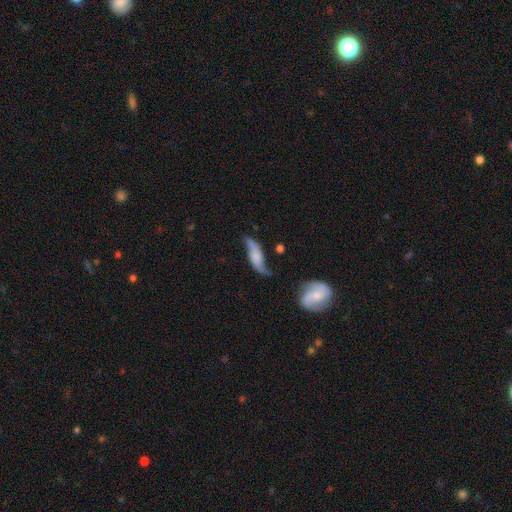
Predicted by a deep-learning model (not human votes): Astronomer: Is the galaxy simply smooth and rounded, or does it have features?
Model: featured or disk — 71%.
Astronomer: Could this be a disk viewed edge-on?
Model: no — 82%.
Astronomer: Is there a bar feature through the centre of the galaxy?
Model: no — 62%.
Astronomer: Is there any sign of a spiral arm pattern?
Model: yes — 91%.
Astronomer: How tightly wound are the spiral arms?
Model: loose — 85%.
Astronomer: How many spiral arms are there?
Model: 2 — 91%.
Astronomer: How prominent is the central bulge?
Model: none — 43% (runner-up: small, 25%).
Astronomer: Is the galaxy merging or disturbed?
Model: none — 56%.